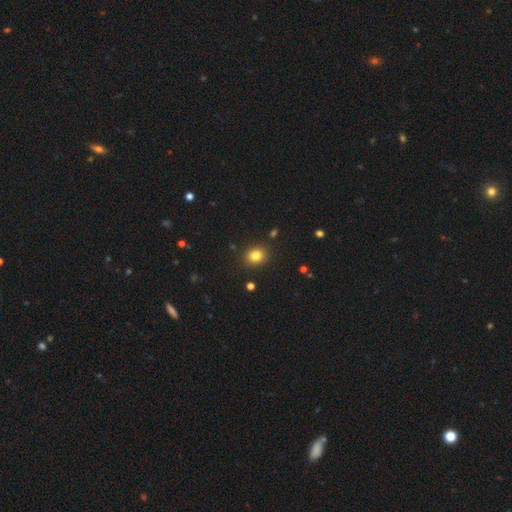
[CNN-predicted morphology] A smooth galaxy with no disk features (81%) that is round (66%).

Vote fractions:
- Smooth or featured? smooth: 81% / star or artifact: 12% / featured or disk: 6%
- How rounded? round: 66% / in between: 33% / cigar-shaped: 1%
- Merging? none: 88% / minor disturbance: 8% / major disturbance: 2% / merger: 2%